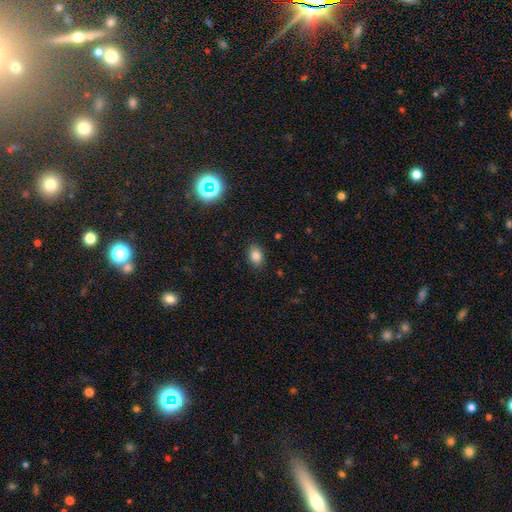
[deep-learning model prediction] This is clearly a smooth galaxy (83%). How rounded: likely in between (78%). Merging: clearly none (86%).